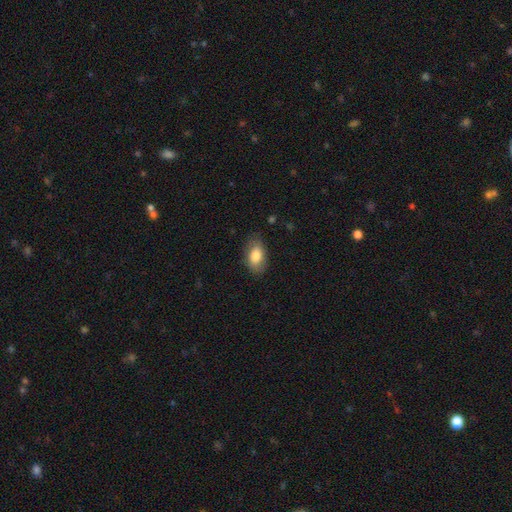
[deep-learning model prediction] smooth_or_featured: smooth (p=0.80) [alt: featured or disk p=0.14]
how_rounded: in between (p=0.91) [alt: round p=0.07]
merging: none (p=0.80) [alt: minor disturbance p=0.15]